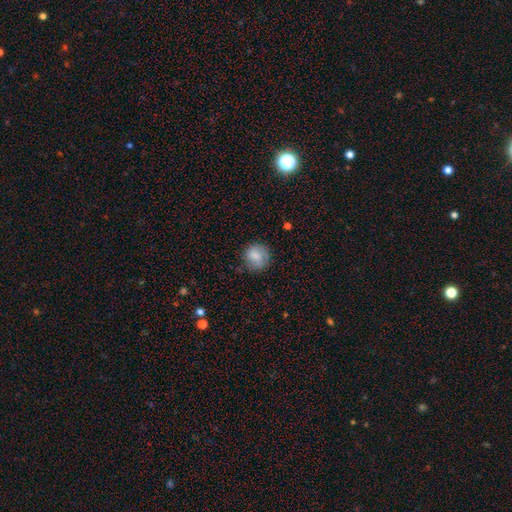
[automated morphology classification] A smooth galaxy with no disk features (82%) that is round (88%).

Vote fractions:
- Smooth or featured? smooth: 82% / featured or disk: 10% / star or artifact: 8%
- How rounded? round: 88% / in between: 12% / cigar-shaped: 1%
- Merging? none: 74% / minor disturbance: 19% / major disturbance: 5% / merger: 1%